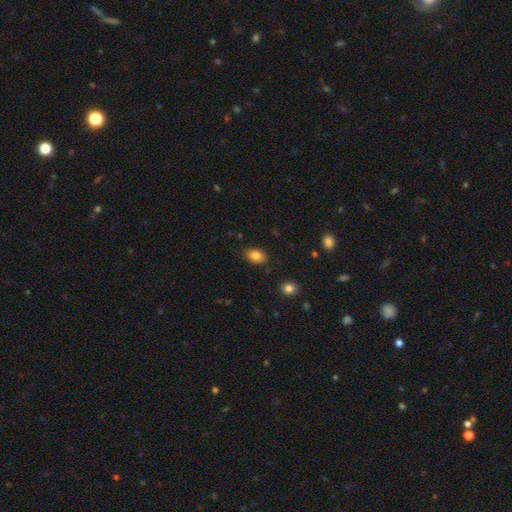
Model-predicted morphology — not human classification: The model was most divided on "how rounded": in between: 77%, round: 22%, cigar-shaped: 1%. More confident: smooth or featured — smooth (84%); merging — none (83%).